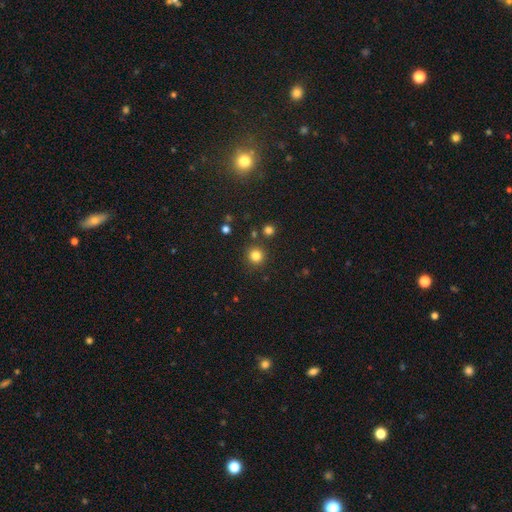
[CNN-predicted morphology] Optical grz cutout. It shows a smooth galaxy with no disk features (82%) that is round (94%). Merging: none (87%).